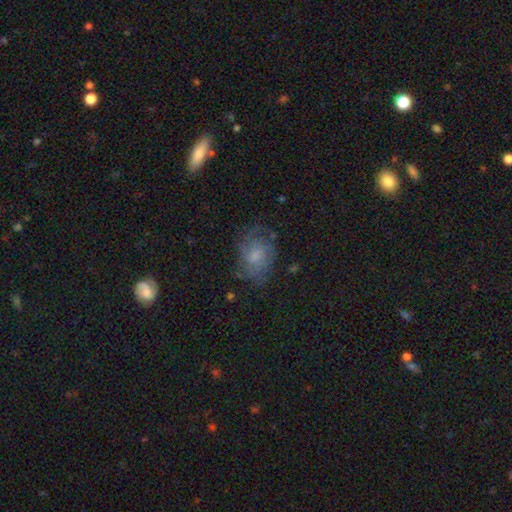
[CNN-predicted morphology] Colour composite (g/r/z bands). It shows a smooth galaxy with no disk features (52%) that is in between round and cigar-shaped (64%). Merging: none (57%).